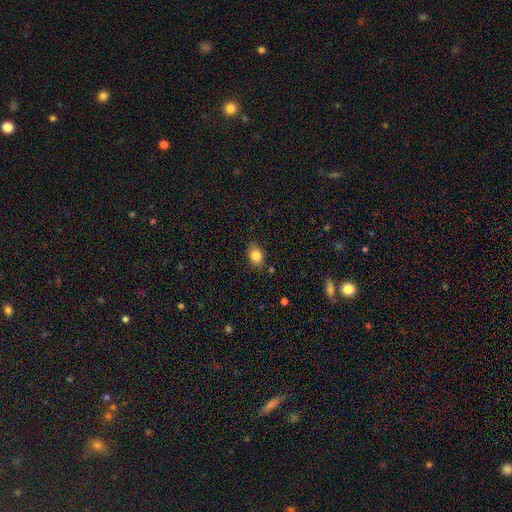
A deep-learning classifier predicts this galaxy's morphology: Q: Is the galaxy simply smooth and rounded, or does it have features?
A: smooth — 84%.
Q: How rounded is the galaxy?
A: in between — 56%.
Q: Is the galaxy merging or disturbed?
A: none — 78%.